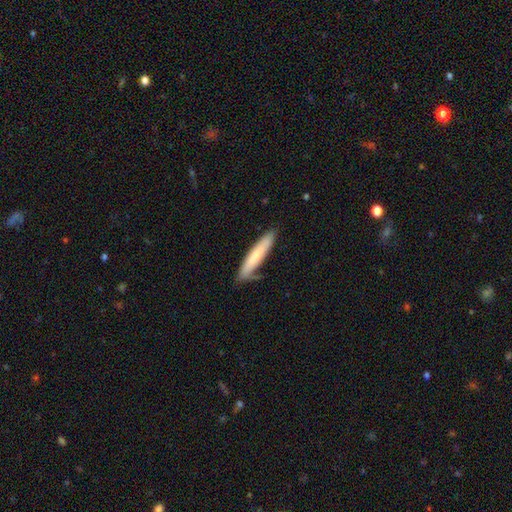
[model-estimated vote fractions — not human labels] This appears to be a smooth galaxy with no disk features (67%) that is cigar-shaped (87%). Merging: none (68%).